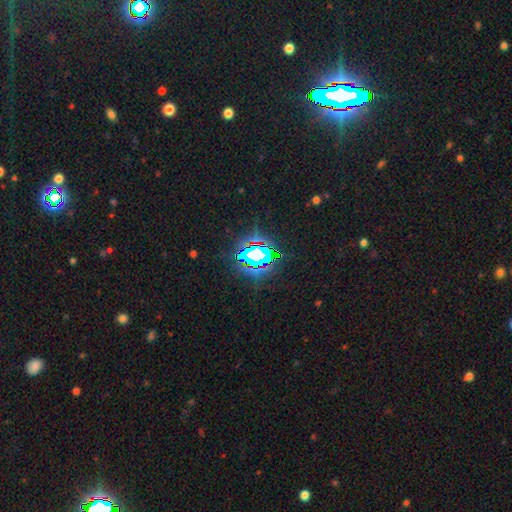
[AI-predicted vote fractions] Smooth or featured?
  - star or artifact: 72% *
  - smooth: 15%
  - featured or disk: 13%